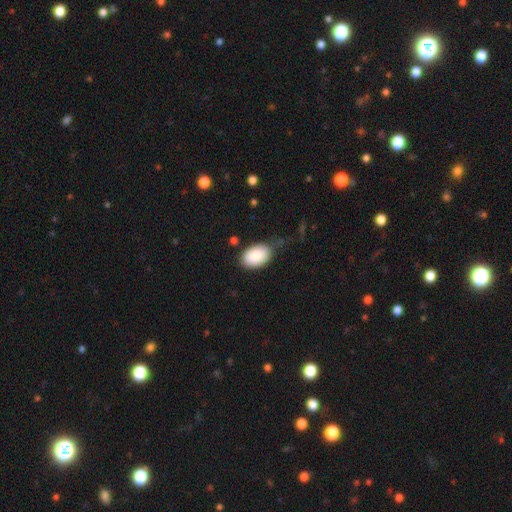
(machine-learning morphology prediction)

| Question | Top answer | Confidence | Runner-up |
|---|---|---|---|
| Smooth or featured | smooth | 87% | featured or disk (6%) |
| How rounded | in between | 89% | round (10%) |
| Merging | none | 67% | minor disturbance (22%) |